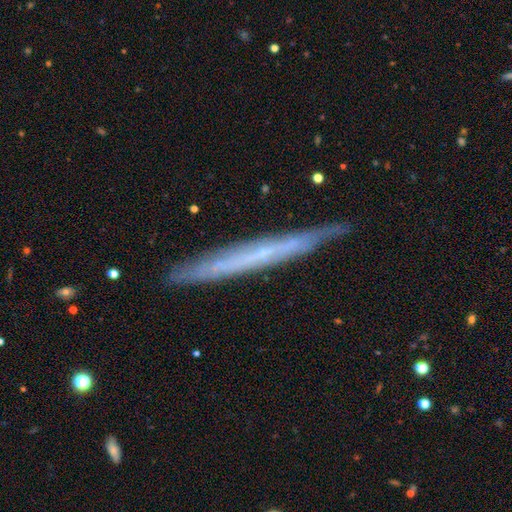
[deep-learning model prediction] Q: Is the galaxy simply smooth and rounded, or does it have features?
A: featured or disk — 64%.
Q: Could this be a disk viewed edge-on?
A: yes — 92%.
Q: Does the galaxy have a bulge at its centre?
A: none — 78%.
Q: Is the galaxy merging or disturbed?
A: none — 87%.